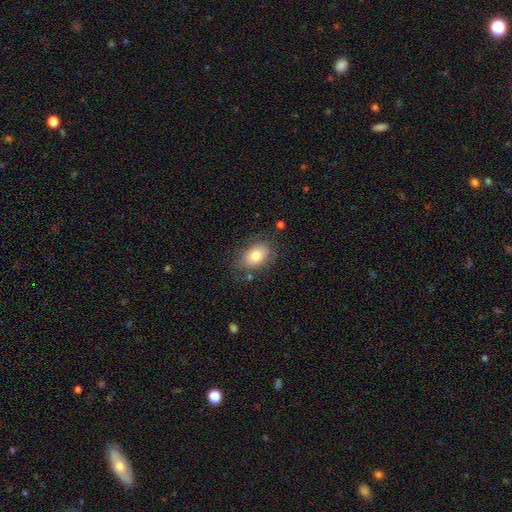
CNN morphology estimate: smooth_or_featured: smooth (p=0.76) [alt: featured or disk p=0.16]
how_rounded: in between (p=0.79) [alt: round p=0.20]
merging: none (p=0.74) [alt: minor disturbance p=0.18]